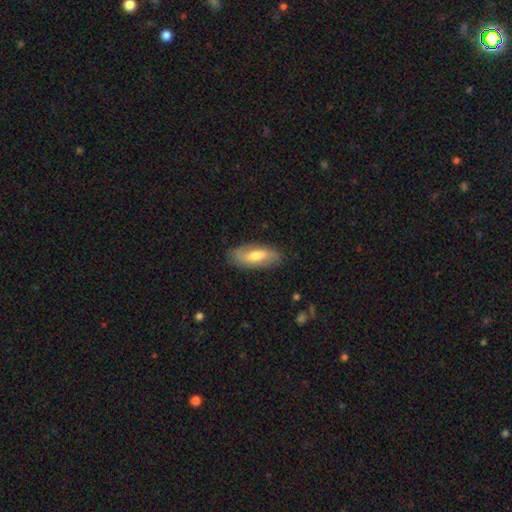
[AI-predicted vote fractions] Smooth or featured? smooth (54%)
How rounded? in between (77%)
Merging? none (81%)